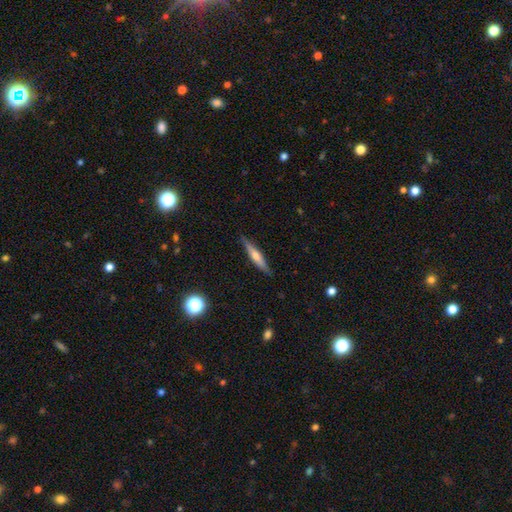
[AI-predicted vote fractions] A featured or disk galaxy (54%) viewed edge-on (95%) with a rounded central bulge (81%). Merging: none (88%).